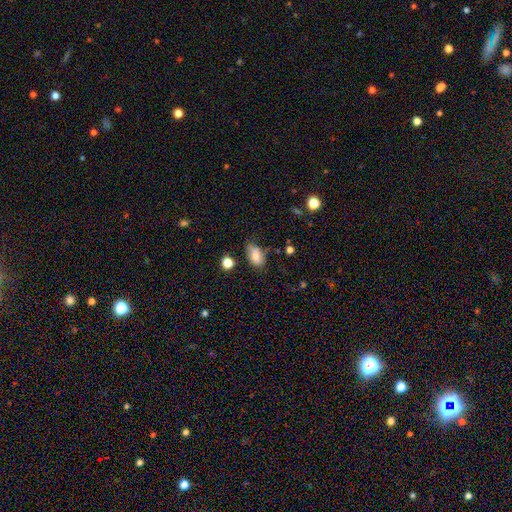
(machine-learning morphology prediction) A smooth galaxy with no disk features (80%) that is in between round and cigar-shaped (90%).

Vote fractions:
- Smooth or featured? smooth: 80% / featured or disk: 11% / star or artifact: 9%
- How rounded? in between: 90% / round: 6% / cigar-shaped: 4%
- Merging? none: 59% / minor disturbance: 29% / major disturbance: 8% / merger: 4%